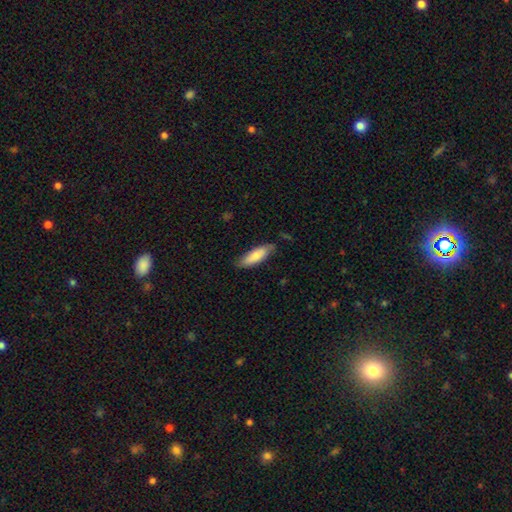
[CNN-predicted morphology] type=smooth (78%); roundness=cigar-shaped (50%); merging=none (77%).